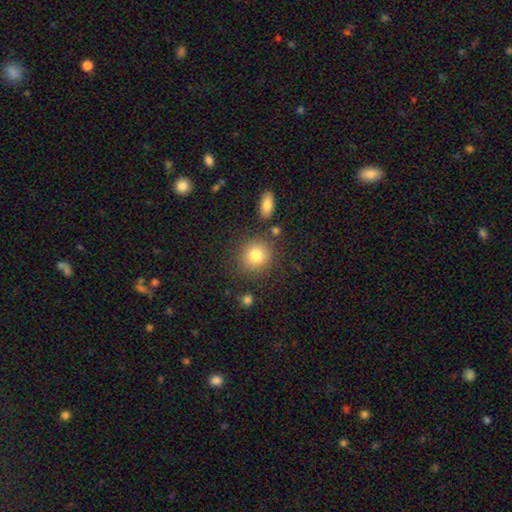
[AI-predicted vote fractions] This is likely a smooth galaxy (80%). How rounded: clearly round (88%). Merging: clearly none (82%).